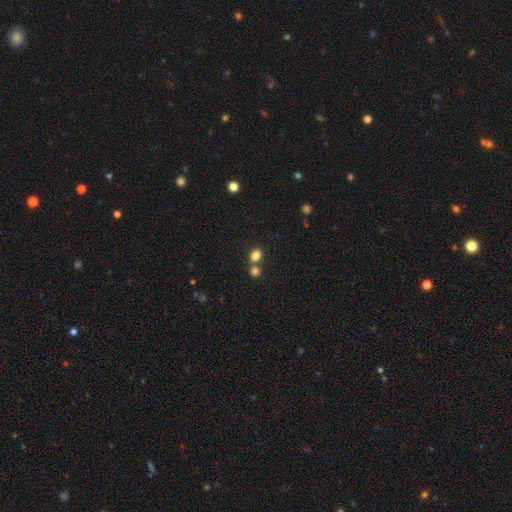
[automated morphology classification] Smooth or featured?
  - smooth: 81% *
  - star or artifact: 13%
  - featured or disk: 6%
How rounded?
  - round: 56% *
  - in between: 43%
  - cigar-shaped: 1%
Merging?
  - none: 57% *
  - merger: 31%
  - minor disturbance: 9%
  - major disturbance: 3%